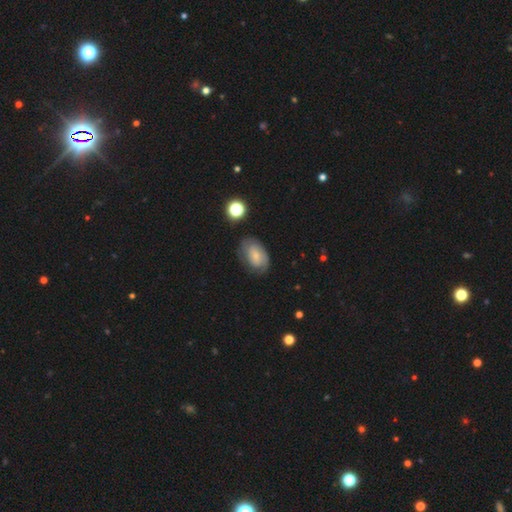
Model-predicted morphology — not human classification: smooth_or_featured: smooth (p=0.51) [alt: featured or disk p=0.40]
how_rounded: in between (p=0.86) [alt: round p=0.13]
merging: none (p=0.65) [alt: minor disturbance p=0.24]